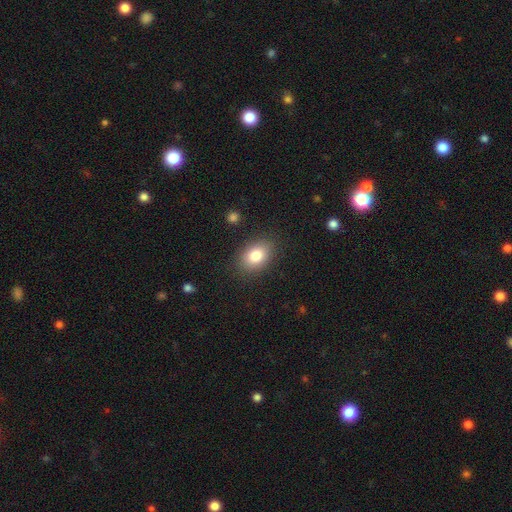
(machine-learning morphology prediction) A smooth galaxy with no disk features (82%) that is in between round and cigar-shaped (79%). Merging: none (86%).